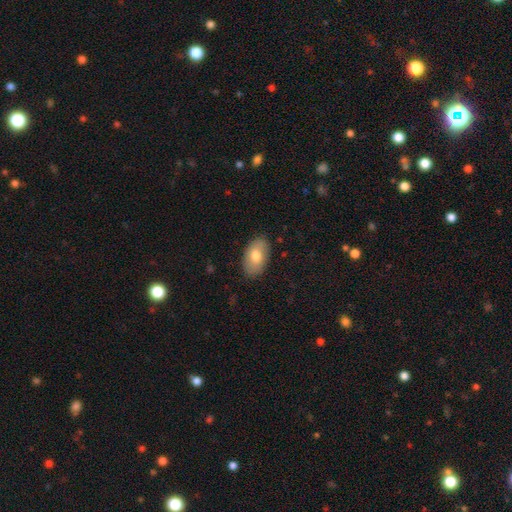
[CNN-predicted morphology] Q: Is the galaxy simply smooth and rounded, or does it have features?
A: smooth — 74%.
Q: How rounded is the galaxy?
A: in between — 92%.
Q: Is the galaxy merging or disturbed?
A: none — 84%.